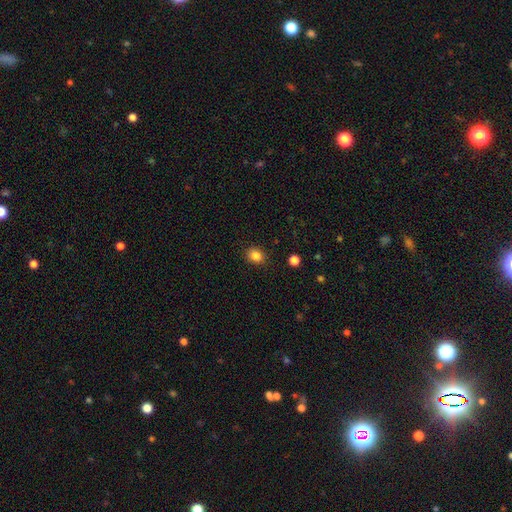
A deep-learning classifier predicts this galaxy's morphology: Q: Smooth or featured?
A: smooth (84%); runner-up: star or artifact (11%)
Q: How rounded?
A: round (58%); runner-up: in between (41%)
Q: Merging?
A: none (88%); runner-up: minor disturbance (8%)